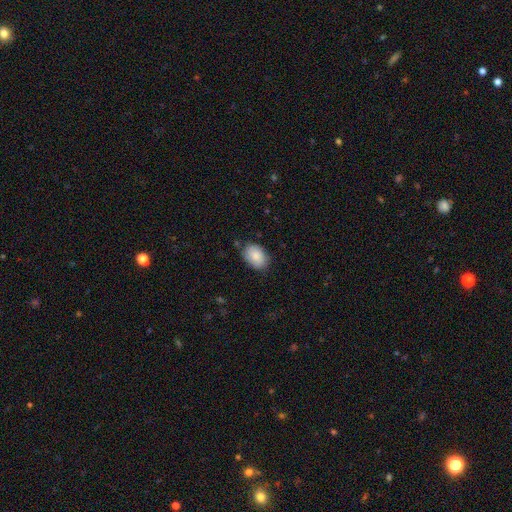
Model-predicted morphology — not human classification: Smooth or featured? Predicted: smooth (p=0.86). How rounded? Predicted: in between (p=0.81). Merging? Predicted: none (p=0.76).